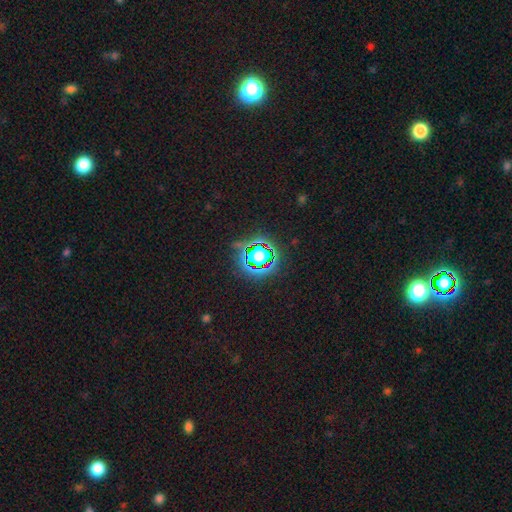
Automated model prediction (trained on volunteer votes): Q: Smooth or featured?
A: star or artifact (79%); runner-up: smooth (13%)